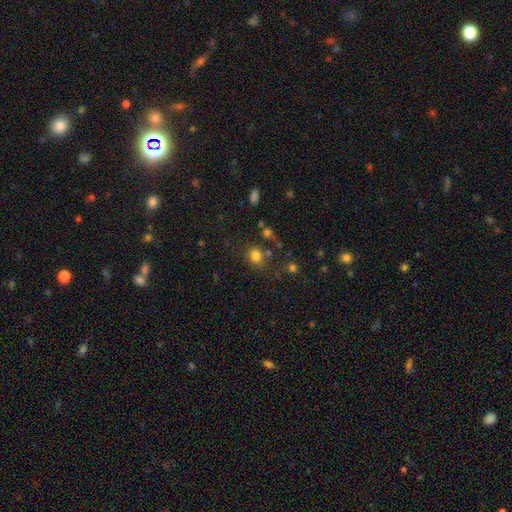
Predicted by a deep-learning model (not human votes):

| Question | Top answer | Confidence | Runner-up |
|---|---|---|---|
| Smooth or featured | smooth | 79% | star or artifact (15%) |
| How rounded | round | 66% | in between (33%) |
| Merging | none | 71% | minor disturbance (13%) |